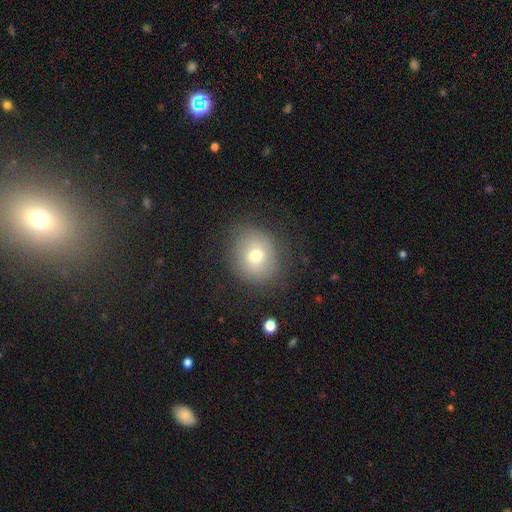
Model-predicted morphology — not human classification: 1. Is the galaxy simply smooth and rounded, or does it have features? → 69% smooth, 19% featured or disk, 12% star or artifact.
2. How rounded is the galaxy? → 69% round, 30% in between, 1% cigar-shaped.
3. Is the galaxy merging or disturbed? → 78% none, 14% minor disturbance, 6% major disturbance, 1% merger.